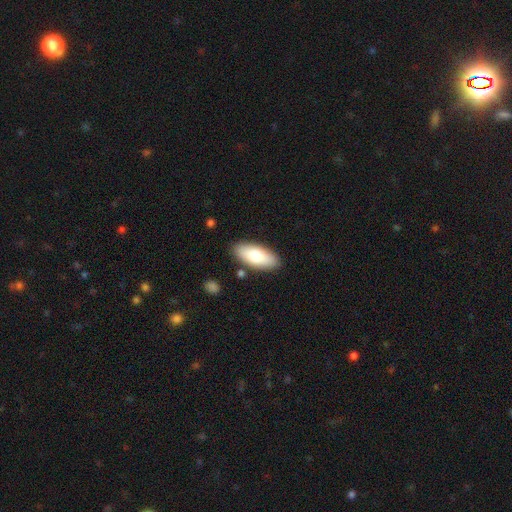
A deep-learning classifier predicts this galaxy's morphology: smooth 76%, featured or disk 18%, star or artifact 6%. Down the decision tree: how rounded — in between (83%); merging — none (86%).